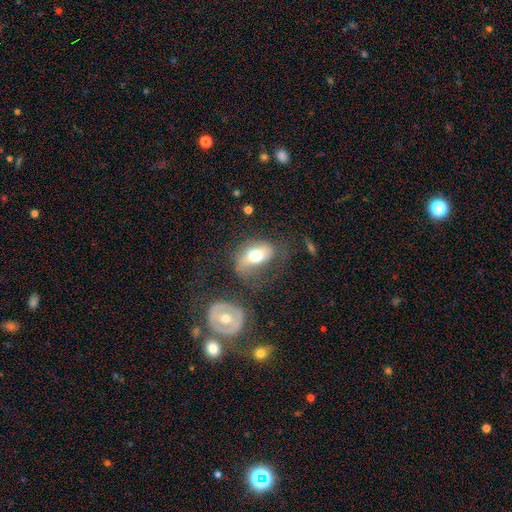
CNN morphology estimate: A smooth galaxy with no disk features (55%) that is in between round and cigar-shaped (80%). Merging: none (36%).